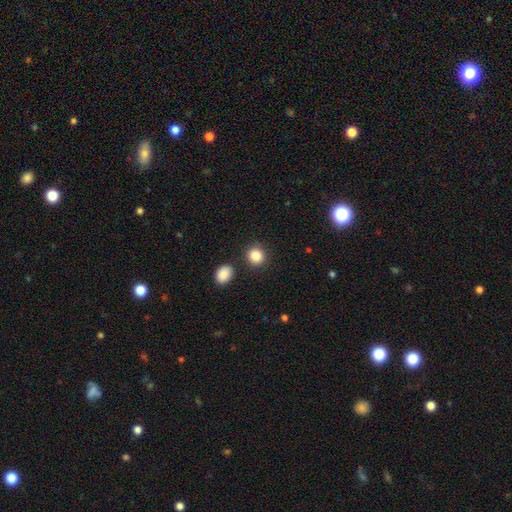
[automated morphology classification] Overall: smooth (86%). How rounded: round (81%). Merging: none (85%).